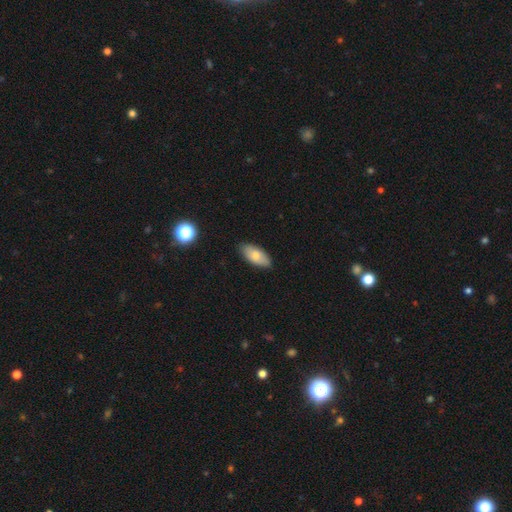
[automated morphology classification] Smooth or featured? smooth (77%)
How rounded? in between (90%)
Merging? none (85%)